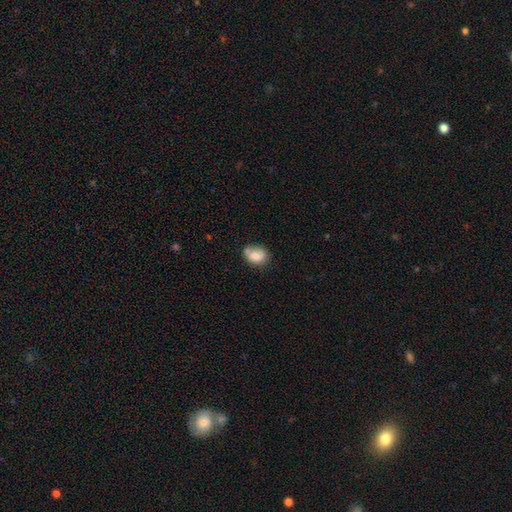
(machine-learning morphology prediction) smooth_or_featured: smooth (p=0.73) [alt: featured or disk p=0.19]
how_rounded: in between (p=0.66) [alt: round p=0.33]
merging: none (p=0.52) [alt: minor disturbance p=0.29]